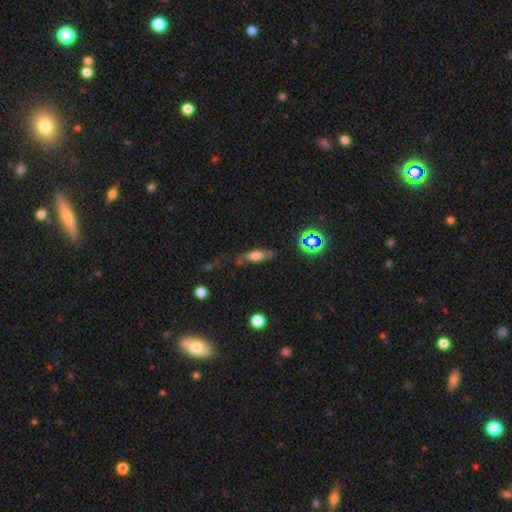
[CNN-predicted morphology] Smooth or featured: smooth — 45% (featured or disk — 41%)
Merging: none — 58% (minor disturbance — 26%)